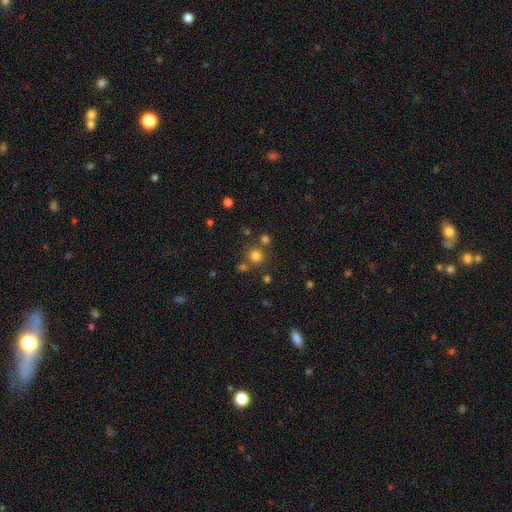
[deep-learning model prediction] This appears to be a smooth galaxy with no disk features (75%) that is round (92%). Merging: none (76%).